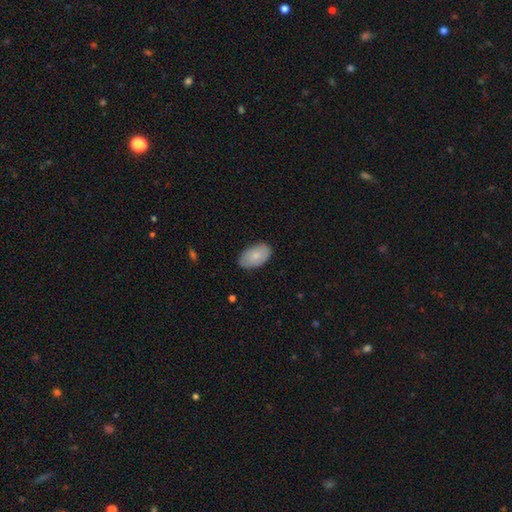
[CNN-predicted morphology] Q: Smooth or featured?
A: smooth (78%); runner-up: featured or disk (16%)
Q: How rounded?
A: in between (94%); runner-up: round (5%)
Q: Merging?
A: none (81%); runner-up: minor disturbance (16%)